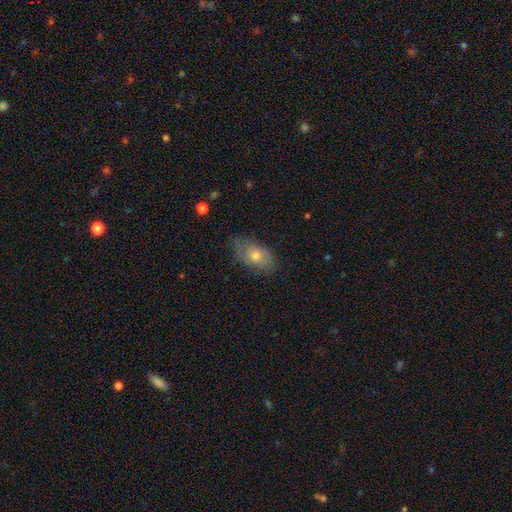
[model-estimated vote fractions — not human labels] Q: Smooth or featured?
A: smooth (61%); runner-up: featured or disk (30%)
Q: How rounded?
A: in between (88%); runner-up: round (8%)
Q: Merging?
A: none (65%); runner-up: minor disturbance (26%)